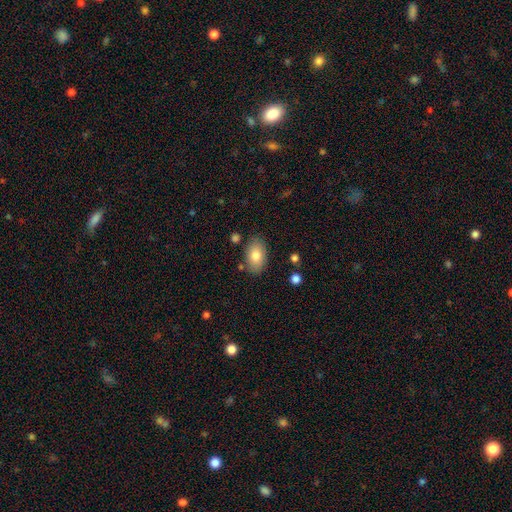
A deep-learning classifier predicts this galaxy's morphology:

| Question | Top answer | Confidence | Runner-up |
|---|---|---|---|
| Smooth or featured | smooth | 80% | featured or disk (13%) |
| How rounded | in between | 91% | round (7%) |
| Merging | none | 82% | minor disturbance (12%) |